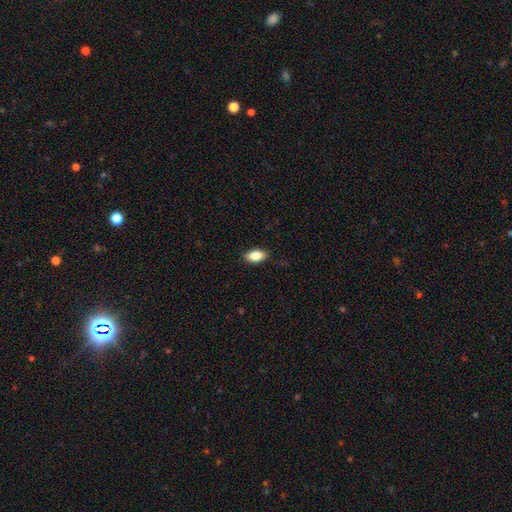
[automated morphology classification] Smooth or featured? smooth (86%)
How rounded? in between (91%)
Merging? none (87%)